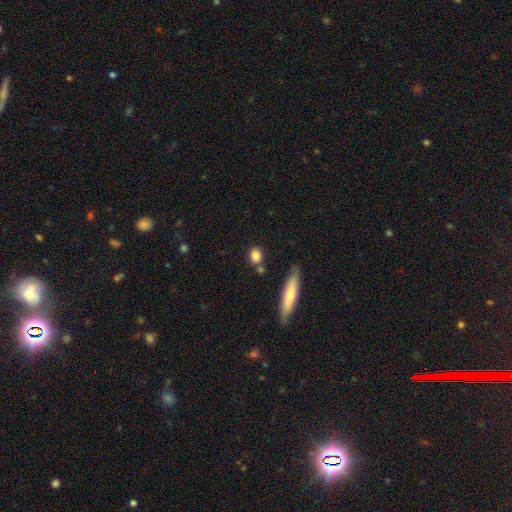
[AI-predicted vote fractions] Smooth or featured? smooth (82%)
How rounded? round (45%, tied with in between)
Merging? none (72%)